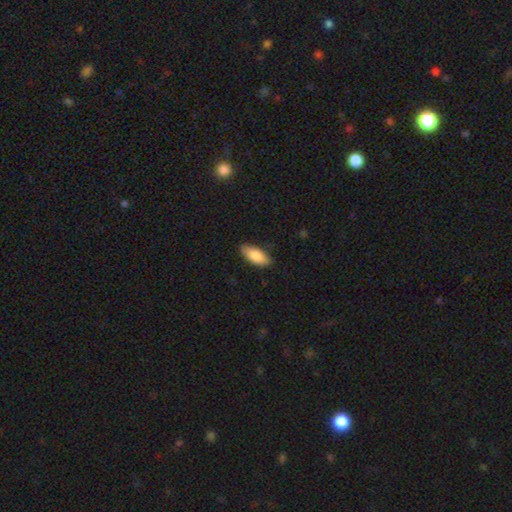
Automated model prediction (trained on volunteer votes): smooth-or-featured: smooth: 85% | featured or disk: 10% | star or artifact: 6%
  how-rounded: in between: 87% | cigar-shaped: 11% | round: 2%
  merging: none: 84% | minor disturbance: 13% | major disturbance: 2% | merger: 1%